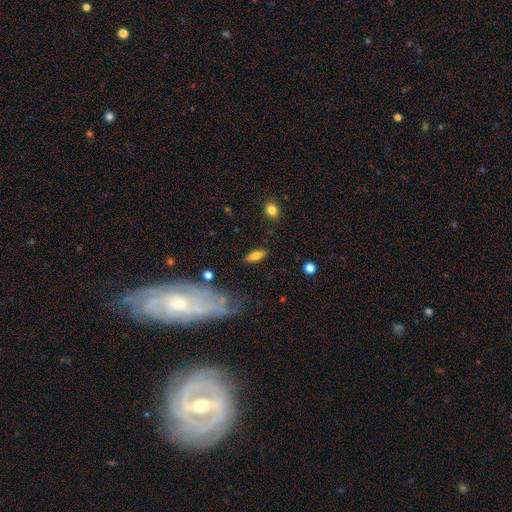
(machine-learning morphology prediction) Overall: smooth (69%). How rounded: in between (72%). Merging: none (83%).